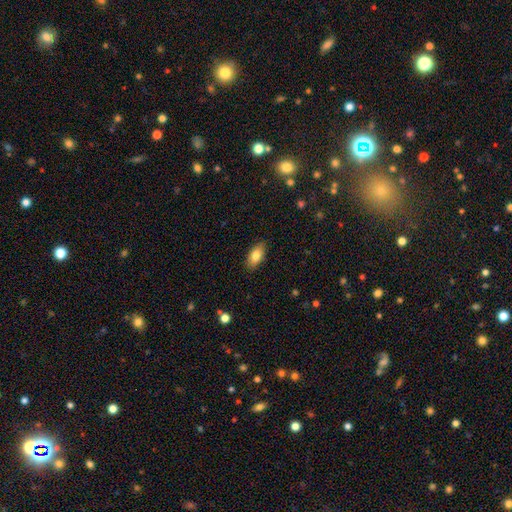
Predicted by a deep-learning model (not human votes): This appears to be a smooth galaxy with no disk features (81%) that is in between round and cigar-shaped (90%). Merging: none (88%).